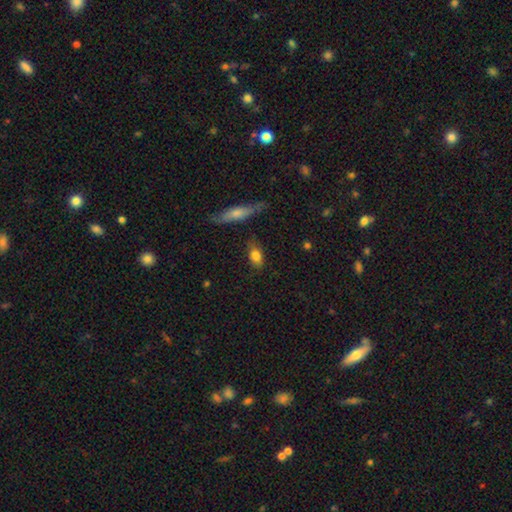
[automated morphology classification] Smooth or featured: smooth — 79% (featured or disk — 12%)
How rounded: in between — 81% (cigar-shaped — 9%)
Merging: none — 74% (minor disturbance — 18%)